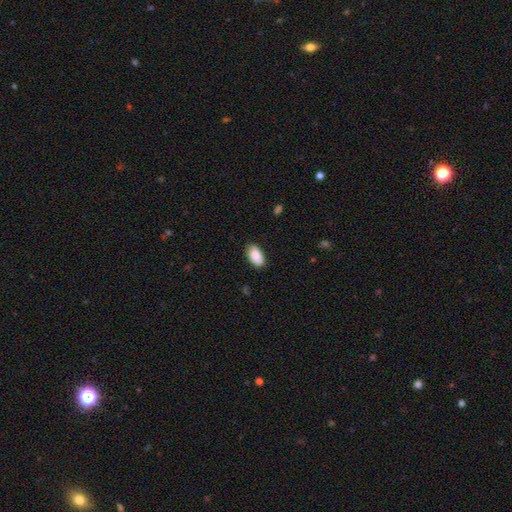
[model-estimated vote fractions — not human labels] Smooth or featured: smooth — 89% (star or artifact — 6%)
How rounded: in between — 95% (round — 3%)
Merging: none — 84% (minor disturbance — 13%)